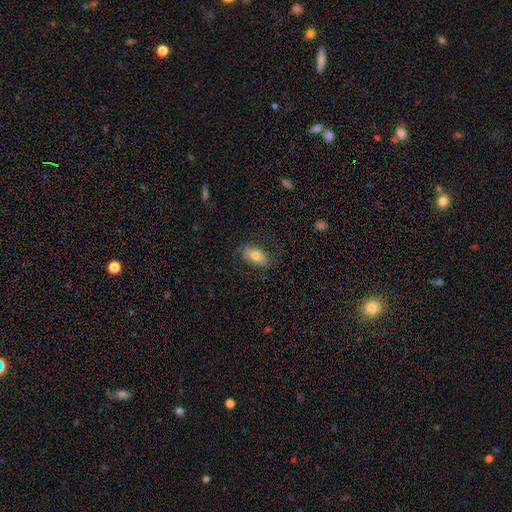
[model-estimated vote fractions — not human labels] smooth-or-featured: smooth: 61% | featured or disk: 32% | star or artifact: 8%
  how-rounded: in between: 90% | round: 7% | cigar-shaped: 3%
  merging: none: 73% | minor disturbance: 16% | major disturbance: 11% | merger: 1%